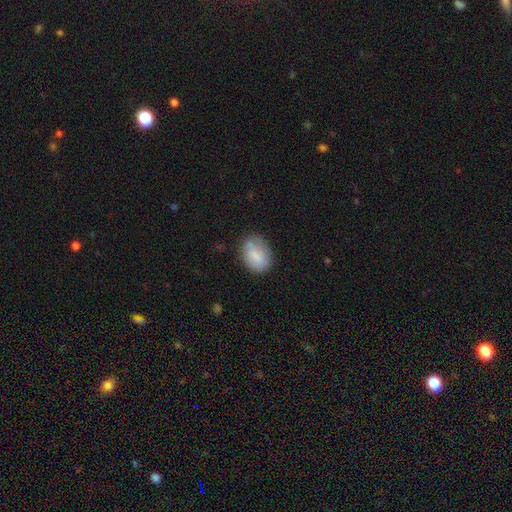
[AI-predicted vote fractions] Overall: smooth (77%). How rounded: in between (73%). Merging: none (62%; minor disturbance 24%).